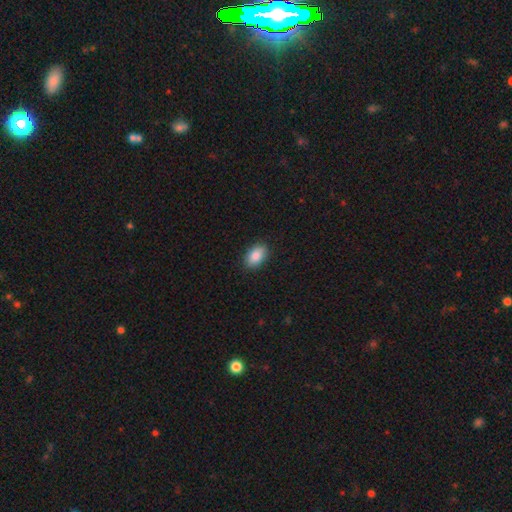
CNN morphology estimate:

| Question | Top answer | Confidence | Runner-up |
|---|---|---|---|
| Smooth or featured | smooth | 87% | star or artifact (7%) |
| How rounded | in between | 90% | round (8%) |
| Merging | none | 88% | minor disturbance (9%) |